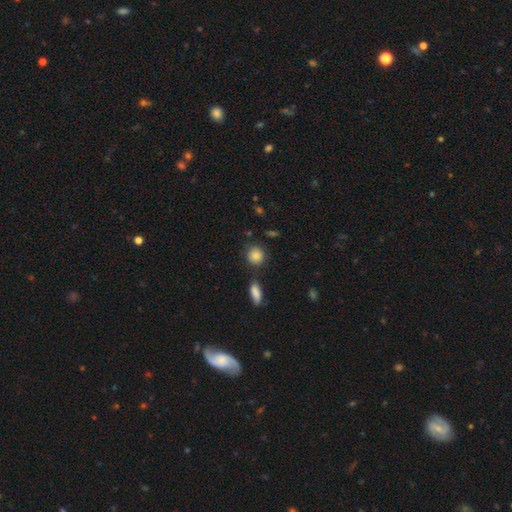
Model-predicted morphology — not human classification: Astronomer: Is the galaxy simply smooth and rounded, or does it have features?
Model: smooth — 85%.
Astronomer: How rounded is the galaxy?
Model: round — 82%.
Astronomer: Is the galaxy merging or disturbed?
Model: none — 74%.